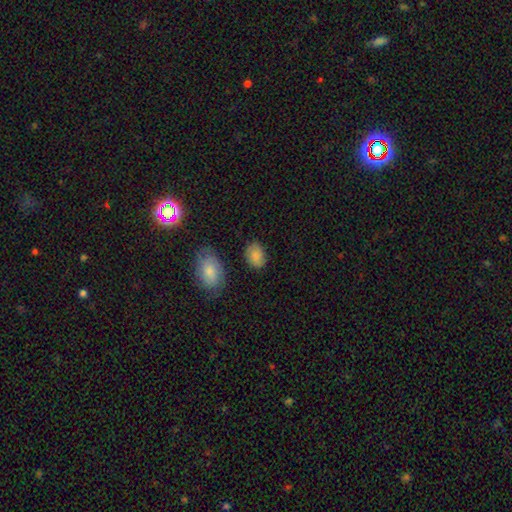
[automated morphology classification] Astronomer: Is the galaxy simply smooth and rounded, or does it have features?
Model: smooth — 85%.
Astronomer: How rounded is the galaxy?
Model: in between — 76%.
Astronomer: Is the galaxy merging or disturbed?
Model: none — 79%.